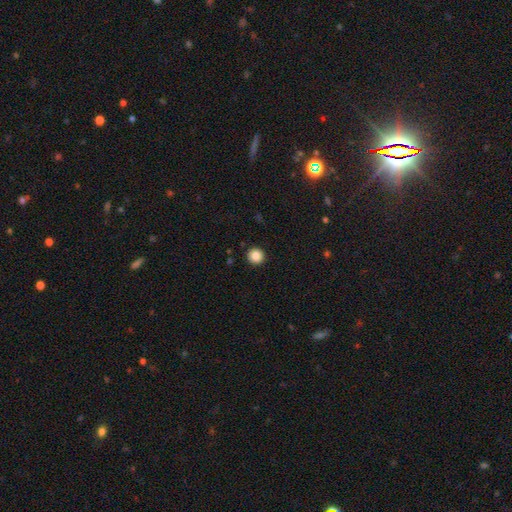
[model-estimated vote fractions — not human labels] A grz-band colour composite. It shows a smooth galaxy with no disk features (87%) that is round (96%). Merging: none (93%).